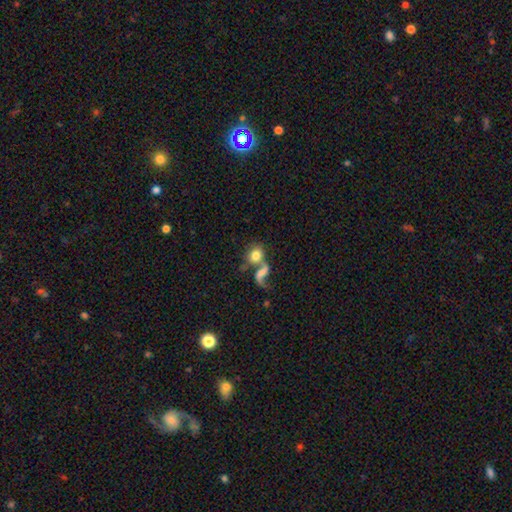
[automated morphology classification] This appears to be a smooth galaxy with no disk features (66%) that is round (61%). Merging: merger (51%).